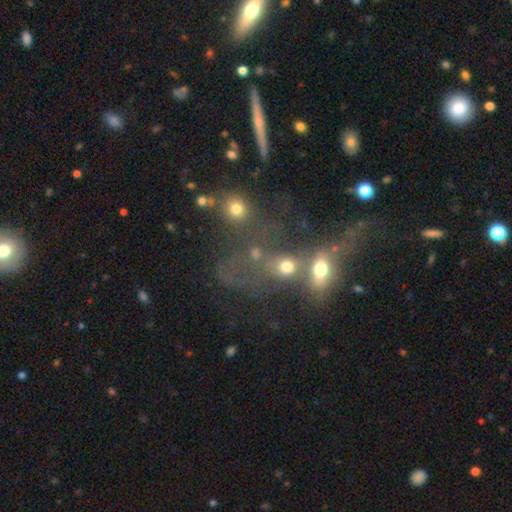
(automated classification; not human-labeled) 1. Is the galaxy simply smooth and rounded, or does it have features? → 44% smooth, 30% featured or disk, 26% star or artifact.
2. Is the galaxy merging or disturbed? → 58% merger, 18% major disturbance, 17% none, 7% minor disturbance.